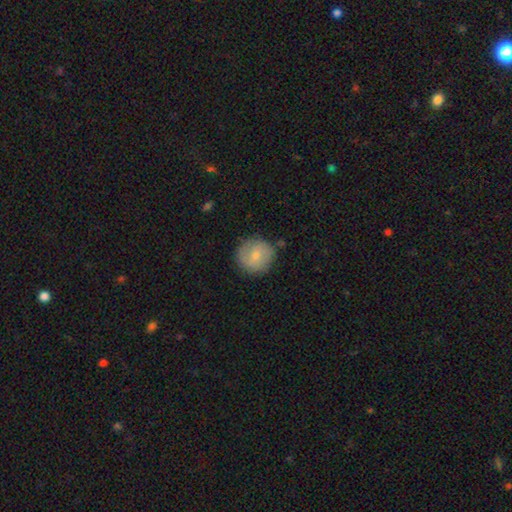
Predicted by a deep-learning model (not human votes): smooth_or_featured: smooth (p=0.68) [alt: featured or disk p=0.25]
how_rounded: round (p=0.92) [alt: in between p=0.07]
merging: none (p=0.82) [alt: minor disturbance p=0.13]